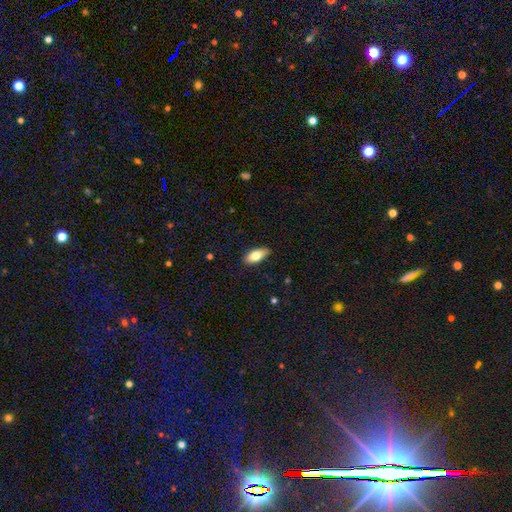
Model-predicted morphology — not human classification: Overall: smooth (74%). How rounded: in between (85%). Merging: none (83%).